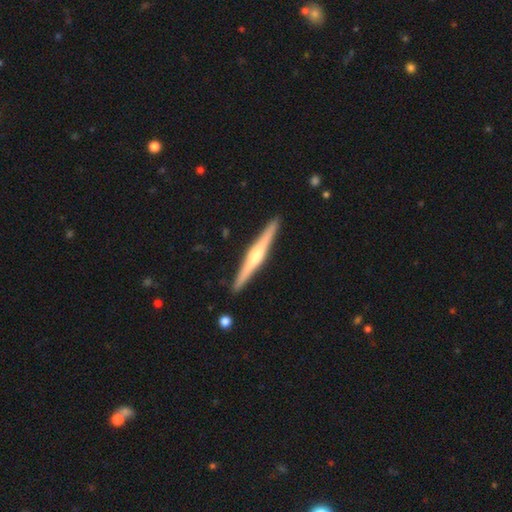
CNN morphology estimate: Smooth or featured: featured or disk — 72% (smooth — 24%)
Edge-on disk: yes — 98% (no — 2%)
Edge-on bulge: rounded — 84% (none — 9%)
Merging: none — 92% (minor disturbance — 6%)